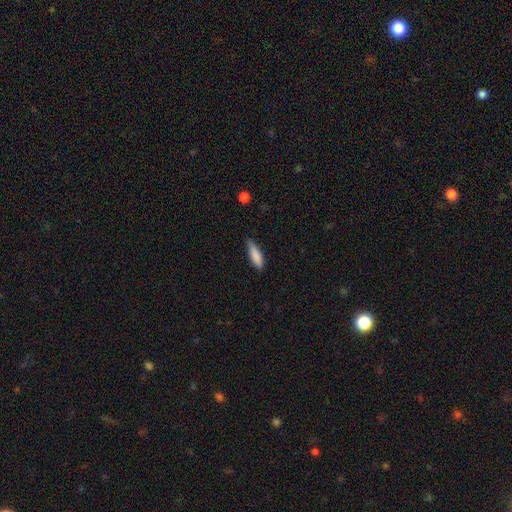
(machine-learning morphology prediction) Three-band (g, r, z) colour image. It shows a smooth galaxy with no disk features (85%) that is cigar-shaped (58%). Merging: none (68%).